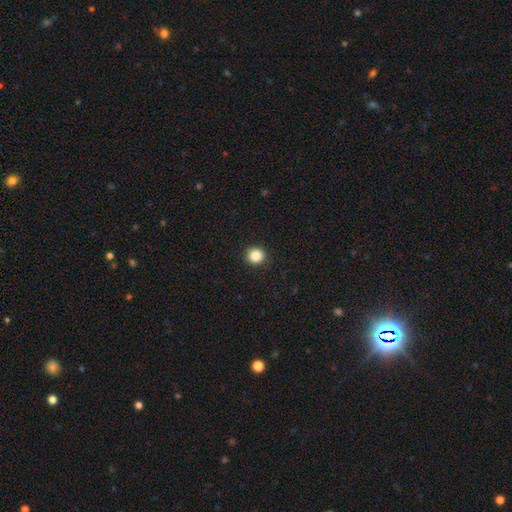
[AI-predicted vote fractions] Smooth or featured: smooth — 86% (star or artifact — 11%)
How rounded: round — 92% (in between — 7%)
Merging: none — 93% (minor disturbance — 5%)